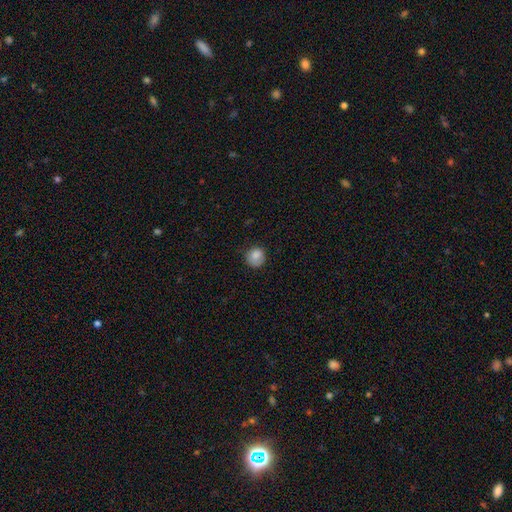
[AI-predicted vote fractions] This is clearly a smooth galaxy (84%). How rounded: clearly round (87%). Merging: likely none (73%).